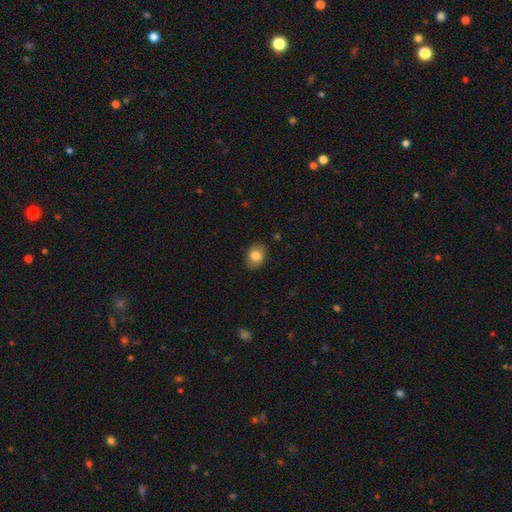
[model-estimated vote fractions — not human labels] This appears to be a smooth galaxy with no disk features (80%) that is in between round and cigar-shaped (73%). Merging: none (85%).